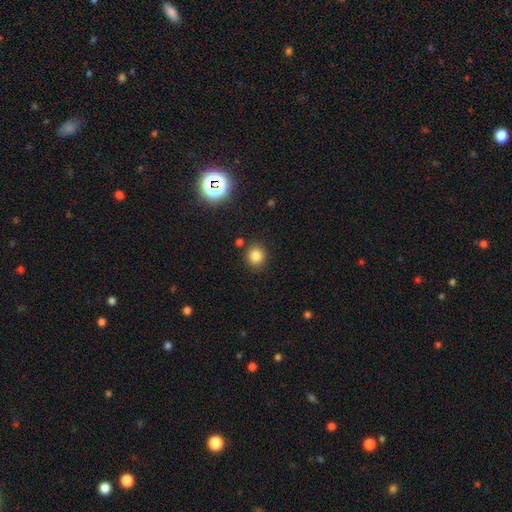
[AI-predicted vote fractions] Smooth or featured: smooth — 82% (star or artifact — 13%)
How rounded: round — 84% (in between — 15%)
Merging: none — 86% (minor disturbance — 8%)